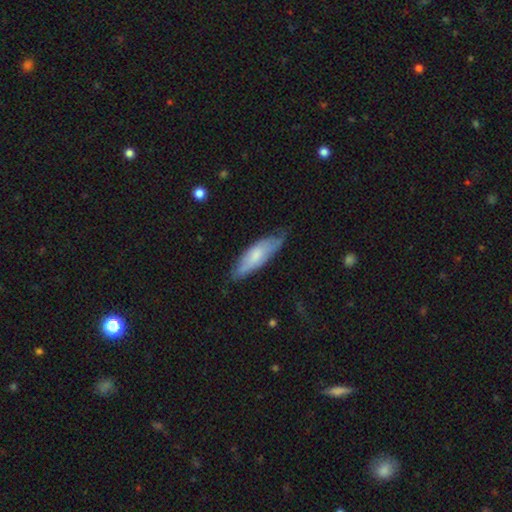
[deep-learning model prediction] Smooth or featured?
  - smooth: 63% *
  - featured or disk: 31%
  - star or artifact: 6%
How rounded?
  - in between: 51% *
  - cigar-shaped: 48%
  - round: 2%
Merging?
  - none: 61% *
  - minor disturbance: 31%
  - major disturbance: 7%
  - merger: 2%